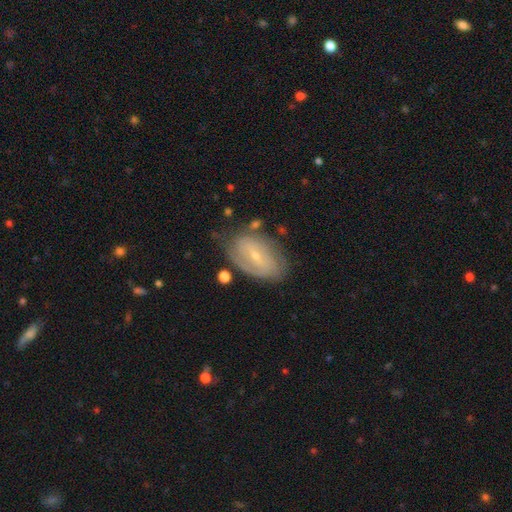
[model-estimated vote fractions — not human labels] smooth_or_featured: featured or disk (p=0.71) [alt: smooth p=0.22]
disk_edge_on: no (p=0.94) [alt: yes p=0.06]
bar: weak (p=0.46) [alt: no p=0.32]
has_spiral_arms: yes (p=0.80) [alt: no p=0.20]
spiral_winding: tight (p=0.58) [alt: medium p=0.31]
spiral_arm_count: 2 (p=0.43) [alt: can't tell p=0.40]
bulge_size: small (p=0.76) [alt: moderate p=0.20]
merging: none (p=0.65) [alt: minor disturbance p=0.23]